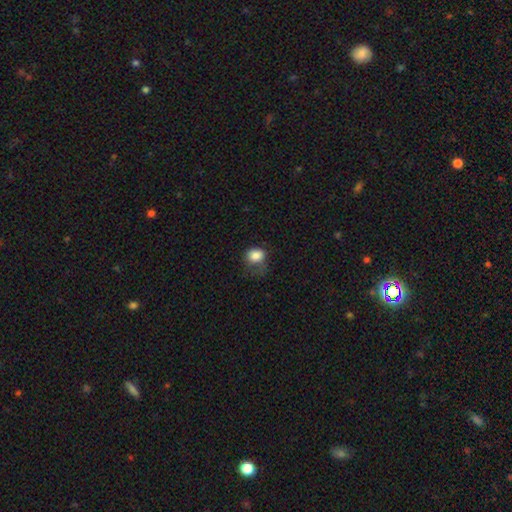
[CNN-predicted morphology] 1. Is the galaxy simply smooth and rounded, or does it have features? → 83% smooth, 10% star or artifact, 8% featured or disk.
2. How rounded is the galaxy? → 53% round, 46% in between, 1% cigar-shaped.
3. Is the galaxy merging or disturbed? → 36% none, 33% minor disturbance, 29% major disturbance, 2% merger.